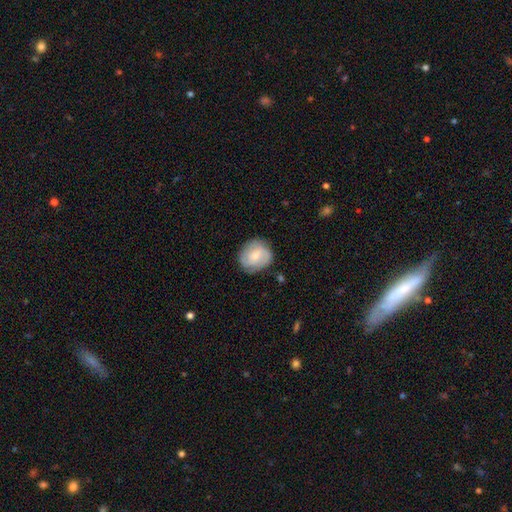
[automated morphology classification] Smooth or featured? Predicted: featured or disk (p=0.51). Edge-on disk? Predicted: no (p=0.97). Merging? Predicted: none (p=0.77).